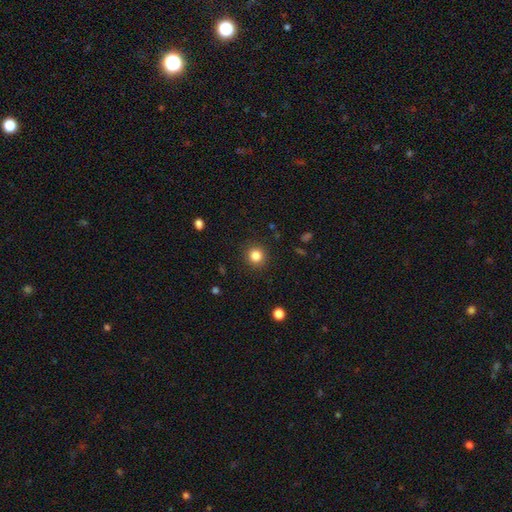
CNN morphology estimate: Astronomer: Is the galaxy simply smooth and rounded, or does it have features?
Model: smooth — 83%.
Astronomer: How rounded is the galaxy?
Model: round — 93%.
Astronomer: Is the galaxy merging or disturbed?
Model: none — 91%.